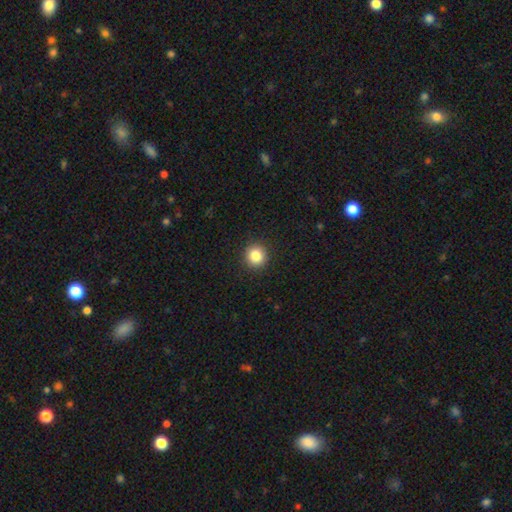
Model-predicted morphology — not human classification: smooth-or-featured: smooth: 85% | star or artifact: 10% | featured or disk: 5%
  how-rounded: round: 93% | in between: 6% | cigar-shaped: 1%
  merging: none: 92% | minor disturbance: 5% | major disturbance: 2% | merger: 1%